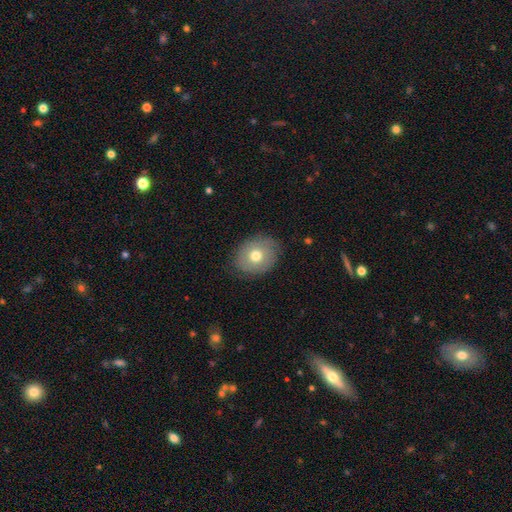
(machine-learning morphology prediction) A smooth galaxy with no disk features (66%) that is round (52%).

Vote fractions:
- Smooth or featured? smooth: 66% / featured or disk: 25% / star or artifact: 8%
- How rounded? round: 52% / in between: 47% / cigar-shaped: 1%
- Merging? none: 80% / minor disturbance: 15% / major disturbance: 4% / merger: 1%